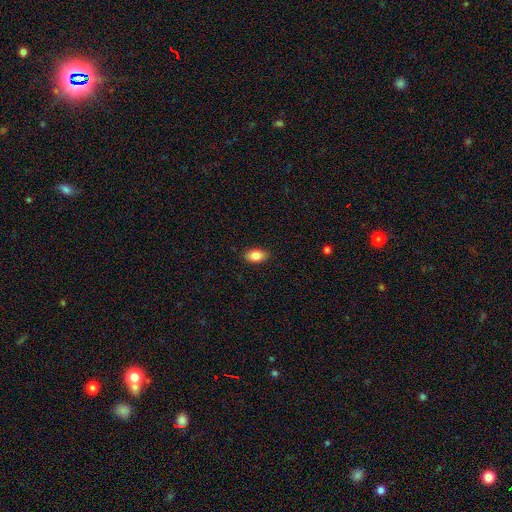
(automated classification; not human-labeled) Smooth or featured: smooth — 85% (featured or disk — 8%)
How rounded: in between — 91% (round — 5%)
Merging: none — 88% (minor disturbance — 9%)